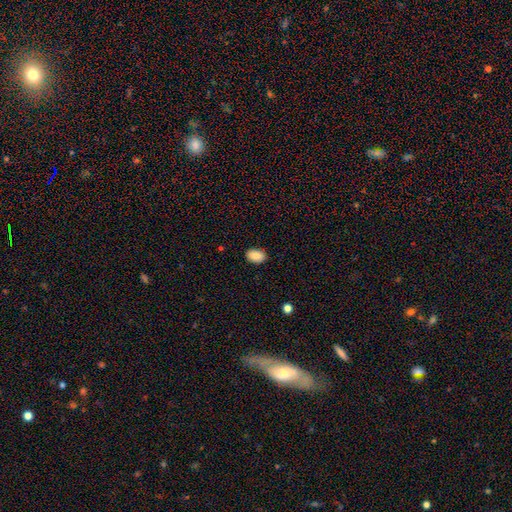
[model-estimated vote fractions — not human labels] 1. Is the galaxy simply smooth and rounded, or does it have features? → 88% smooth, 7% star or artifact, 4% featured or disk.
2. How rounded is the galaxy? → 88% in between, 11% round, 1% cigar-shaped.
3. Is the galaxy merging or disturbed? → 88% none, 9% minor disturbance, 2% major disturbance, 1% merger.